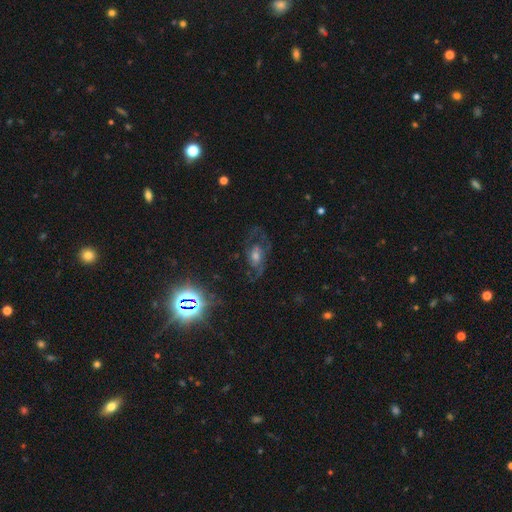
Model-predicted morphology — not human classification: type=featured or disk (60%); edge-on=no (92%); bar=no (61%); spiral arms=yes (76%); bulge=moderate (53%); merging=none (59%).